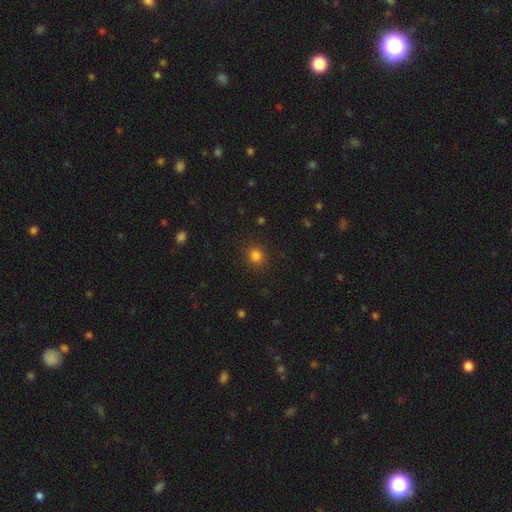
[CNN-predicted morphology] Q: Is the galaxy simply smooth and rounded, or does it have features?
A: smooth — 82%.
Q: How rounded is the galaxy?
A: round — 85%.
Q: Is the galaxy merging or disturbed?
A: none — 90%.